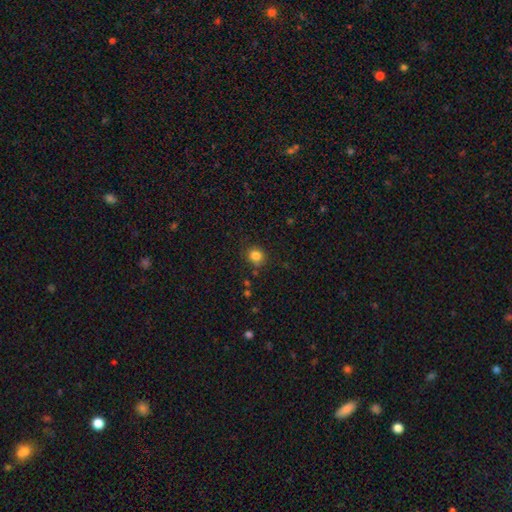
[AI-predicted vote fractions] Smooth or featured?
  - smooth: 83% *
  - star or artifact: 12%
  - featured or disk: 5%
How rounded?
  - round: 84% *
  - in between: 15%
  - cigar-shaped: 1%
Merging?
  - none: 83% *
  - minor disturbance: 11%
  - merger: 3%
  - major disturbance: 3%